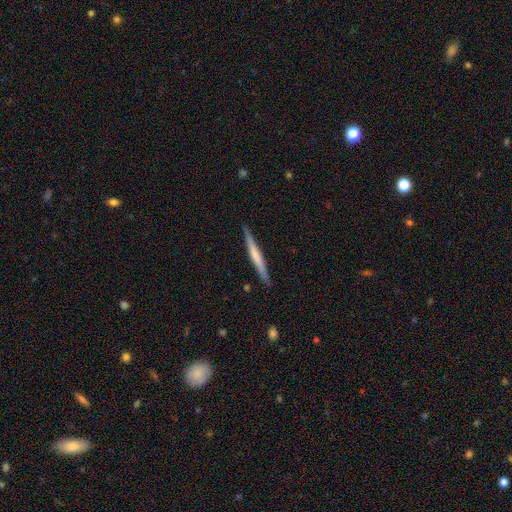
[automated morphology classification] smooth-or-featured: featured or disk: 48% | smooth: 47% | star or artifact: 5%
  merging: none: 90% | minor disturbance: 7% | major disturbance: 1% | merger: 1%